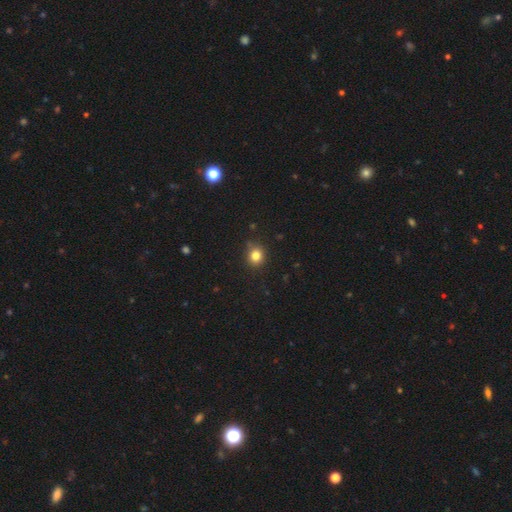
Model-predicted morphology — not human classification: Smooth or featured?
  - smooth: 82% *
  - star or artifact: 12%
  - featured or disk: 5%
How rounded?
  - round: 78% *
  - in between: 21%
  - cigar-shaped: 1%
Merging?
  - none: 84% *
  - minor disturbance: 12%
  - major disturbance: 3%
  - merger: 2%